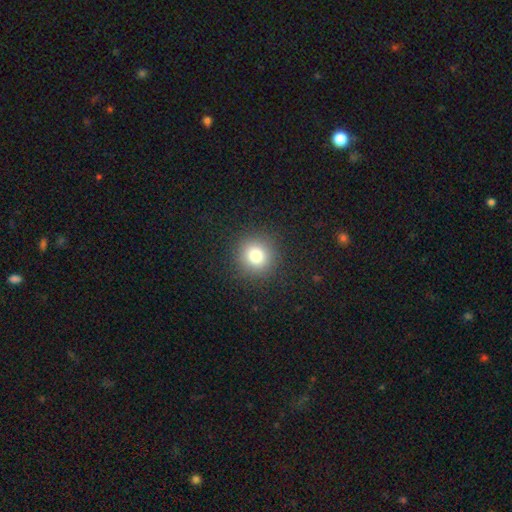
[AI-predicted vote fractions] smooth 78%, star or artifact 14%, featured or disk 8%. Down the decision tree: how rounded — round (93%); merging — none (91%).